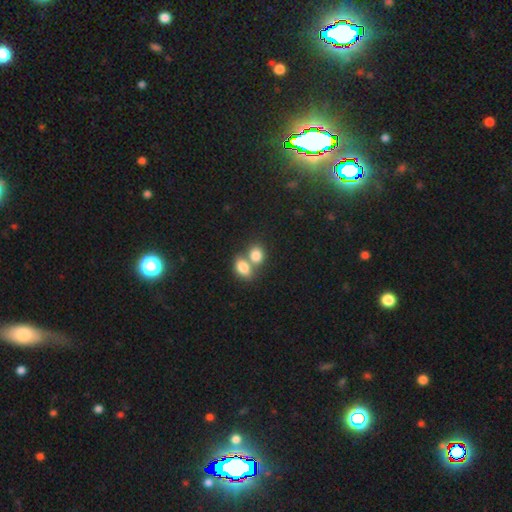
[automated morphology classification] Smooth or featured: smooth — 81% (featured or disk — 10%)
How rounded: in between — 61% (round — 38%)
Merging: merger — 59% (none — 31%)